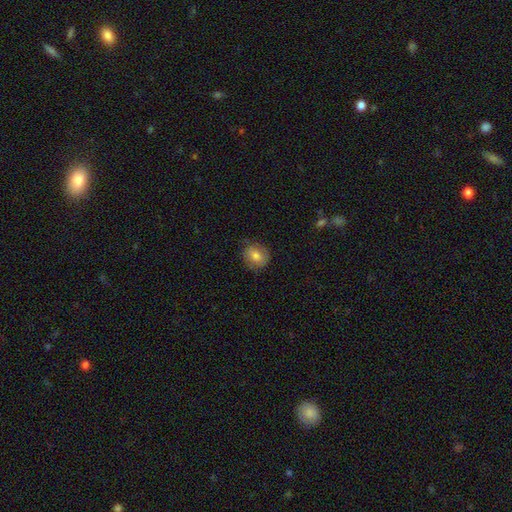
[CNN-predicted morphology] This appears to be a smooth galaxy with no disk features (69%) that is round (70%). Merging: none (75%).